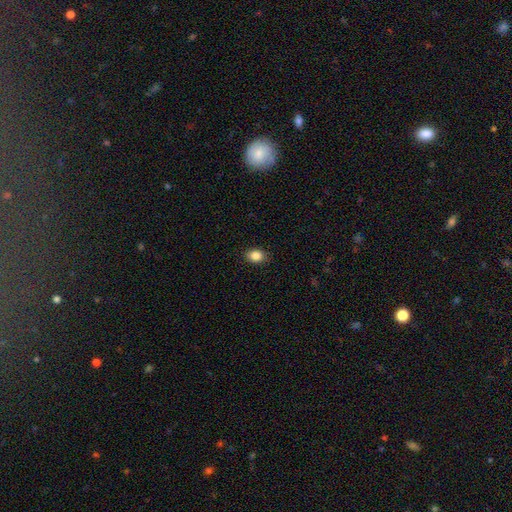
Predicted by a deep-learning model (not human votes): Smooth or featured? Predicted: smooth (p=0.87). How rounded? Predicted: in between (p=0.67). Merging? Predicted: none (p=0.88).